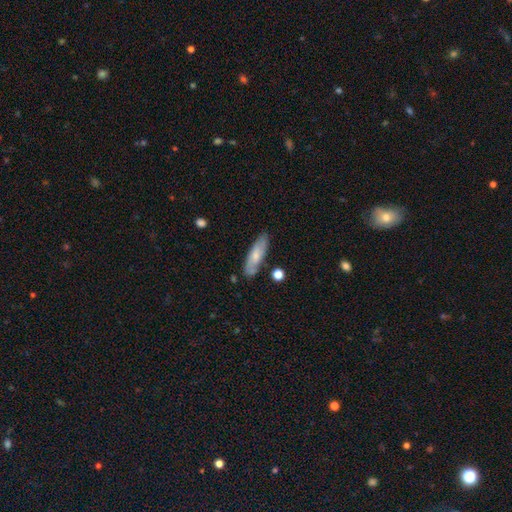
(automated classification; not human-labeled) A smooth galaxy with no disk features (63%) that is cigar-shaped (58%). Merging: none (78%).